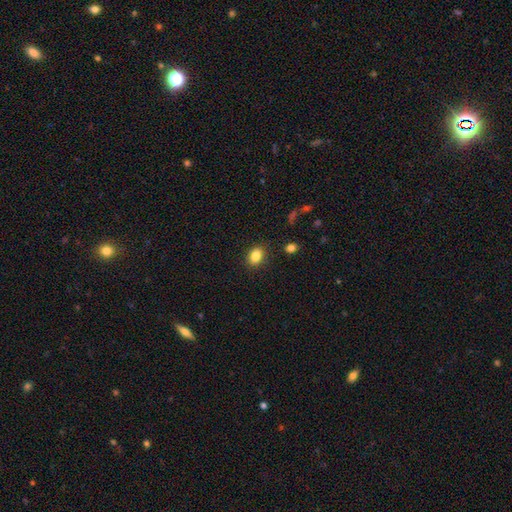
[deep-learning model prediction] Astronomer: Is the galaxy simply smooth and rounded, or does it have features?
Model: smooth — 84%.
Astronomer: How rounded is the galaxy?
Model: in between — 64%.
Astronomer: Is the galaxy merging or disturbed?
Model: none — 88%.